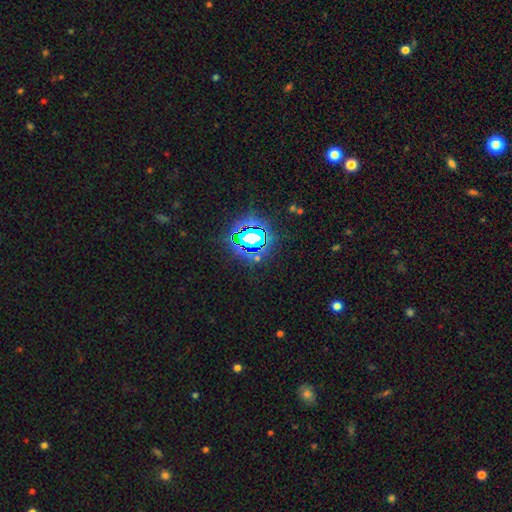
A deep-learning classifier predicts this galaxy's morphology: This is likely a star or artifact rather than a galaxy (77%).